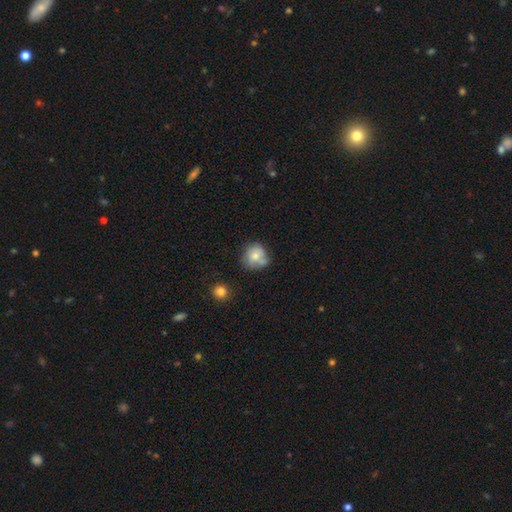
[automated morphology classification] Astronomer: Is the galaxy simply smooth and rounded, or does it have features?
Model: smooth — 70%.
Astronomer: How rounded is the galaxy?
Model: round — 78%.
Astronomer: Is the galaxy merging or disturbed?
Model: none — 47% (runner-up: minor disturbance, 23%).